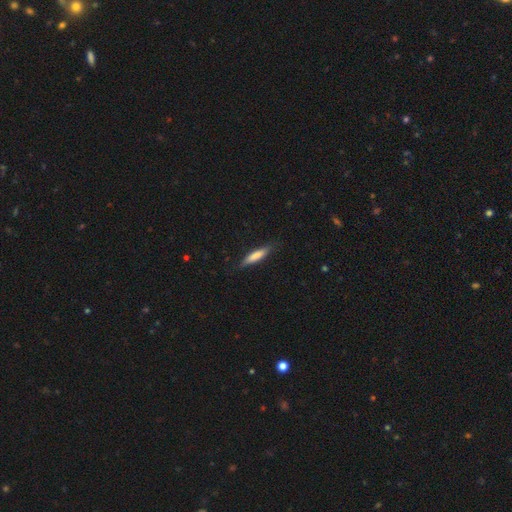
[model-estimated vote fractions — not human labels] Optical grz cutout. It shows a smooth galaxy with no disk features (75%) that is cigar-shaped (84%). Merging: none (82%).